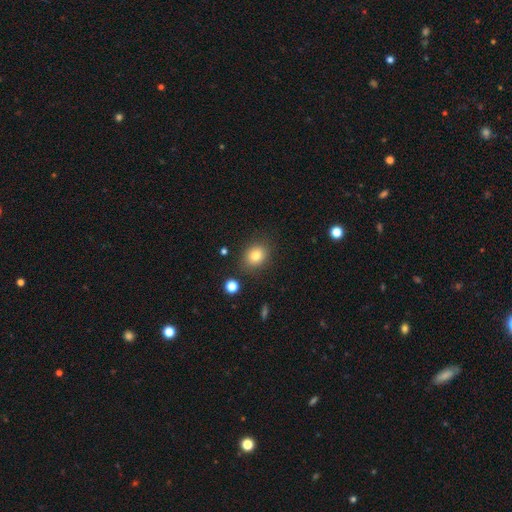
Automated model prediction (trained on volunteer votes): A smooth galaxy with no disk features (80%) that is round (60%). Merging: none (84%).